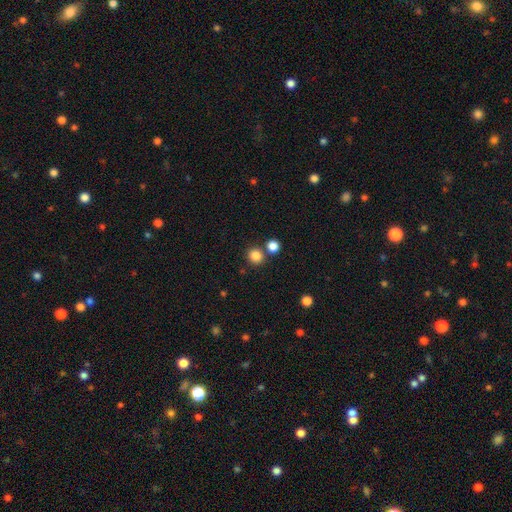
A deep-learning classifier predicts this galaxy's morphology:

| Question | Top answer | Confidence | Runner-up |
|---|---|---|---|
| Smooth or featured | smooth | 84% | star or artifact (12%) |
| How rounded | round | 90% | in between (9%) |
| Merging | none | 77% | merger (14%) |